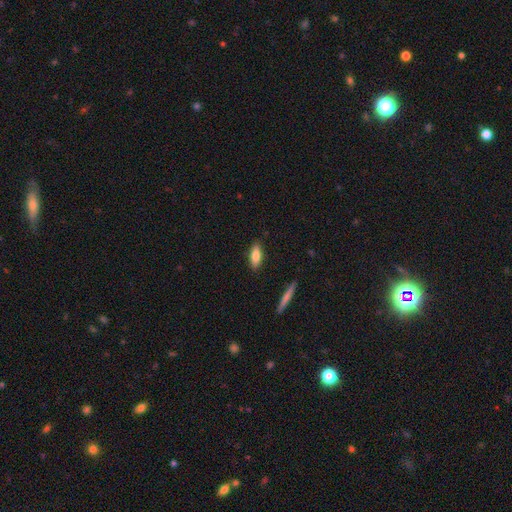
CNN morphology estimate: smooth-or-featured: smooth: 79% | featured or disk: 15% | star or artifact: 6%
  how-rounded: in between: 67% | cigar-shaped: 31% | round: 2%
  merging: none: 88% | minor disturbance: 9% | major disturbance: 2% | merger: 1%